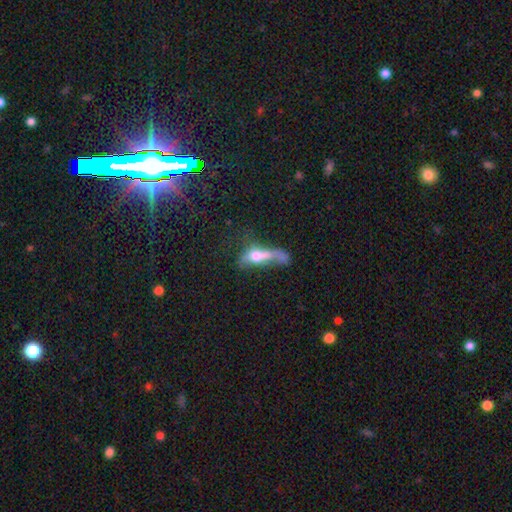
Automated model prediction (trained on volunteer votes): Morphology: type=smooth (49%); merging=major disturbance (39%).